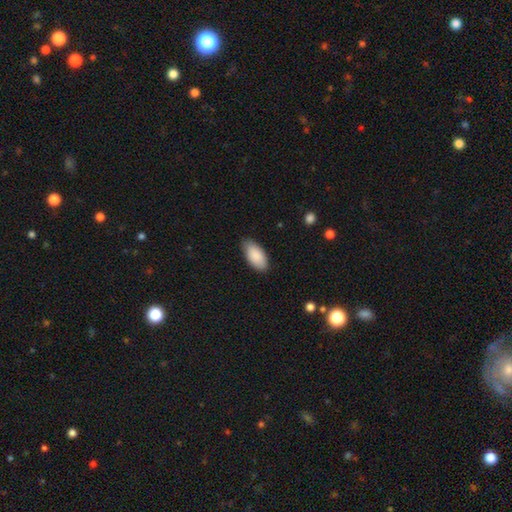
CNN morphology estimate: smooth-or-featured: smooth: 89% | star or artifact: 6% | featured or disk: 5%
  how-rounded: in between: 94% | cigar-shaped: 5% | round: 2%
  merging: none: 84% | minor disturbance: 13% | major disturbance: 2% | merger: 1%